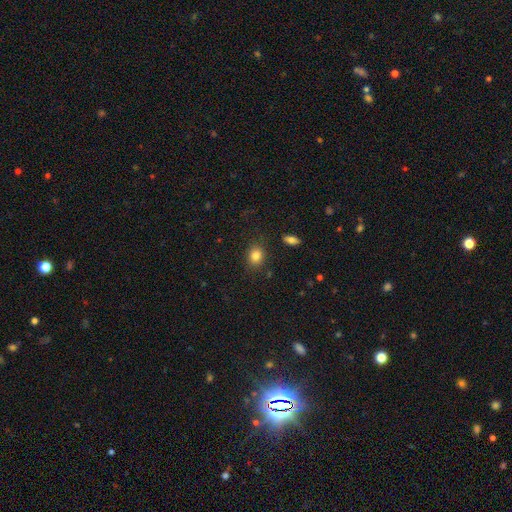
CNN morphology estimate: Smooth or featured: smooth — 83% (star or artifact — 11%)
How rounded: round — 57% (in between — 42%)
Merging: none — 84% (minor disturbance — 11%)